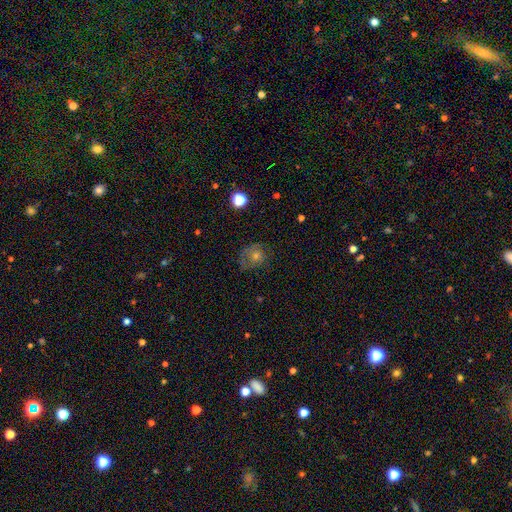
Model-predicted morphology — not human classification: A smooth galaxy with no disk features (44%). Merging: none (63%).